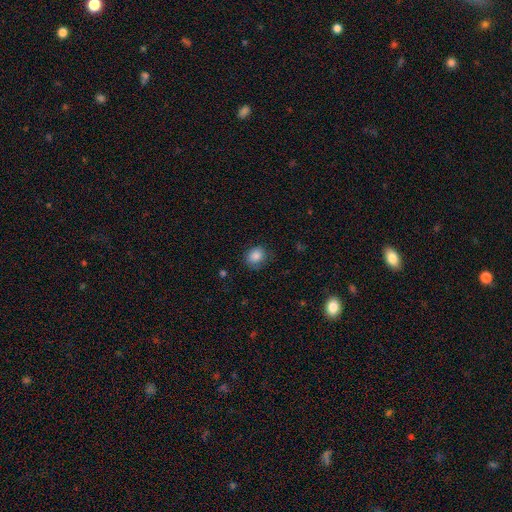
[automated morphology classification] This appears to be a smooth galaxy with no disk features (86%) that is round (68%). Merging: none (77%).